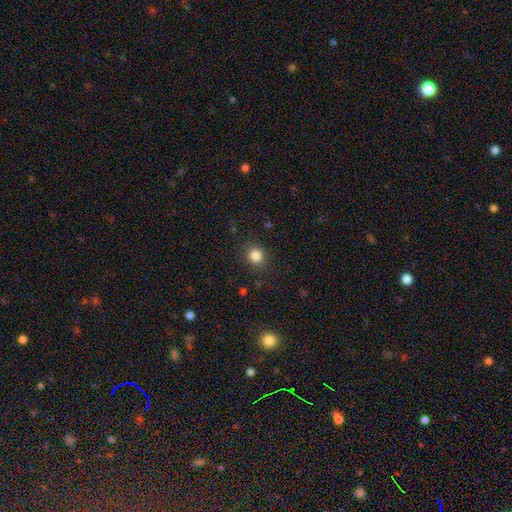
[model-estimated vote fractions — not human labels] Q: Smooth or featured?
A: smooth (84%); runner-up: star or artifact (12%)
Q: How rounded?
A: round (87%); runner-up: in between (12%)
Q: Merging?
A: none (89%); runner-up: minor disturbance (7%)